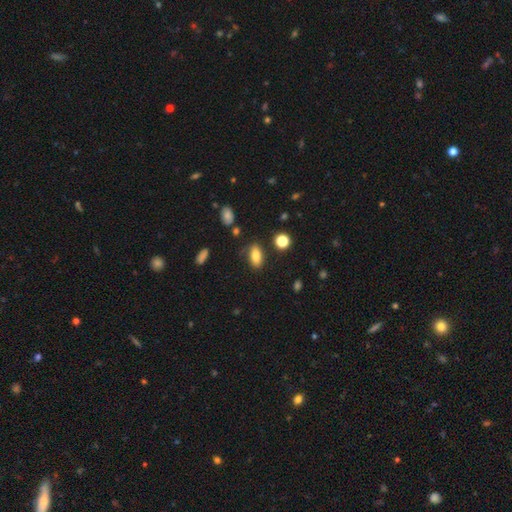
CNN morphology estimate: smooth_or_featured: smooth (p=0.81) [alt: featured or disk p=0.10]
how_rounded: in between (p=0.85) [alt: cigar-shaped p=0.09]
merging: none (p=0.79) [alt: minor disturbance p=0.13]